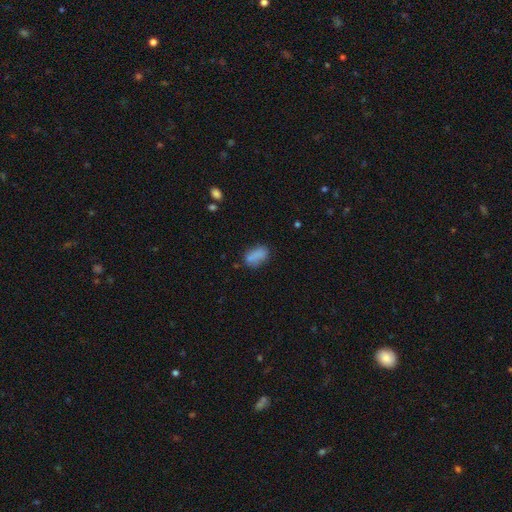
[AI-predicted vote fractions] A smooth galaxy with no disk features (78%) that is in between round and cigar-shaped (86%).

Vote fractions:
- Smooth or featured? smooth: 78% / featured or disk: 12% / star or artifact: 10%
- How rounded? in between: 86% / round: 8% / cigar-shaped: 6%
- Merging? none: 57% / minor disturbance: 22% / merger: 12% / major disturbance: 8%